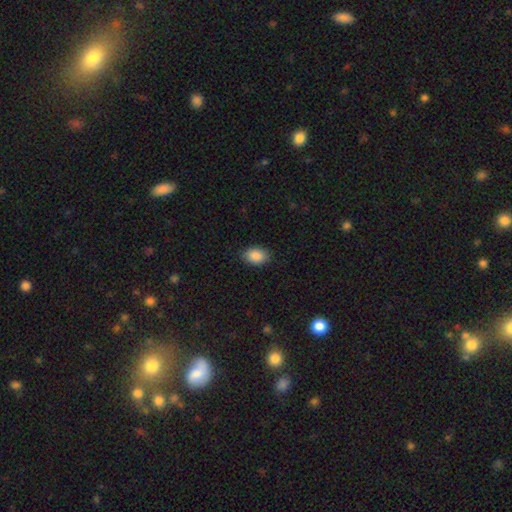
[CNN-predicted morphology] This appears to be a smooth galaxy with no disk features (89%) that is in between round and cigar-shaped (85%). Merging: none (87%).